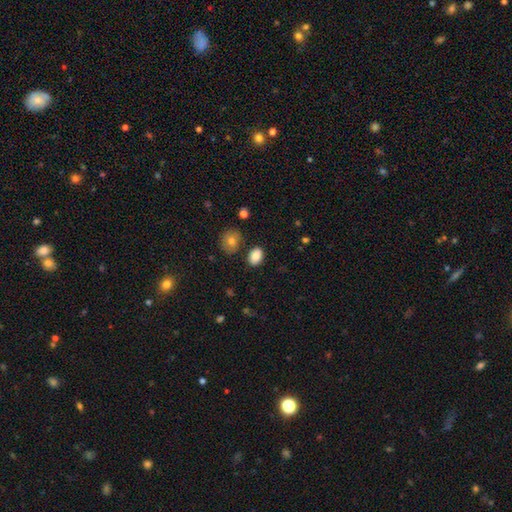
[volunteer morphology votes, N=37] Smooth or featured? 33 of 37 (89%) said smooth. How rounded? 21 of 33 (64%) said in between. Merging? 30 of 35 (86%) said none.